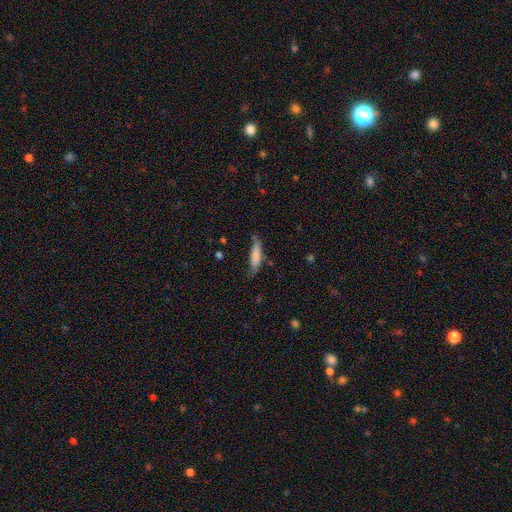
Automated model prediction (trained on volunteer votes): Overall: smooth (73%). How rounded: cigar-shaped (67%; in between 31%). Merging: none (58%; minor disturbance 31%).